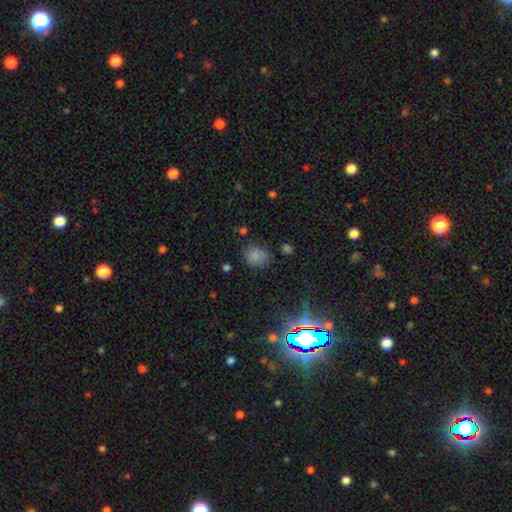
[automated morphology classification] type=smooth (72%); roundness=round (61%); merging=none (62%).